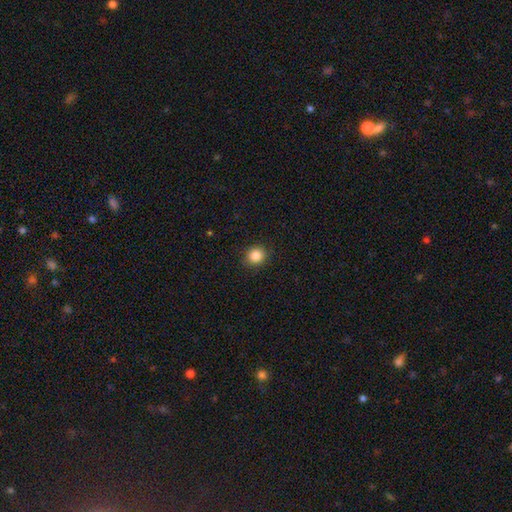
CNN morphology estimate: Smooth or featured? smooth (85%)
How rounded? round (85%)
Merging? none (90%)